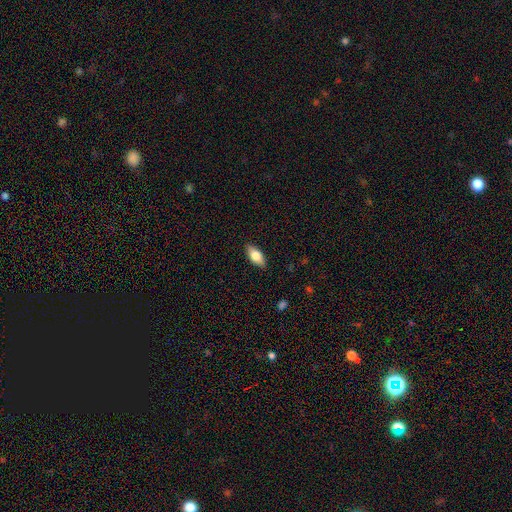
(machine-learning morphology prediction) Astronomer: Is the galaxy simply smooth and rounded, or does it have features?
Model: smooth — 75%.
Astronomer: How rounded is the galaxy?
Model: in between — 88%.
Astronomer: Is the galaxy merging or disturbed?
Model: none — 87%.